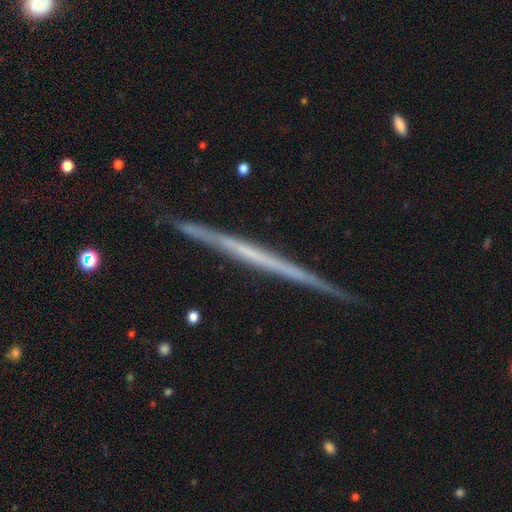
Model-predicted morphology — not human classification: Smooth or featured? featured or disk (71%)
Edge-on disk? yes (98%)
Edge-on bulge? none (92%)
Merging? none (90%)